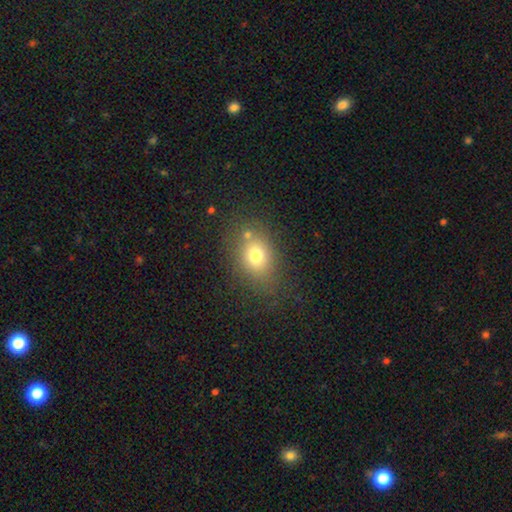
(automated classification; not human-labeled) Smooth or featured? smooth (73%)
How rounded? in between (64%)
Merging? none (73%)